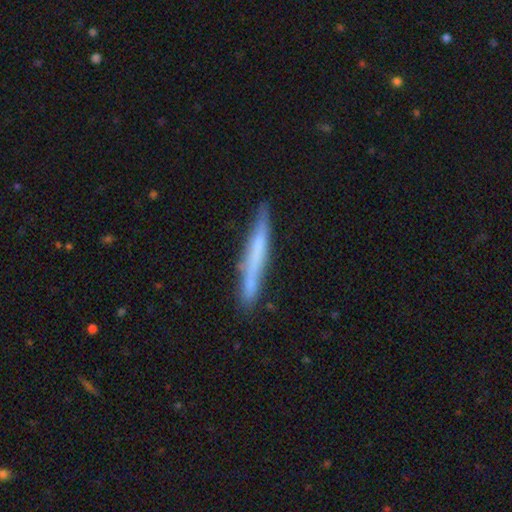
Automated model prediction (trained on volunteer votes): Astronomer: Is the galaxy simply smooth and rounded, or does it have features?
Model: smooth — 54% (runner-up: featured or disk, 40%).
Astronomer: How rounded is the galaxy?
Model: cigar-shaped — 96%.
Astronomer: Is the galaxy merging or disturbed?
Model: none — 80%.